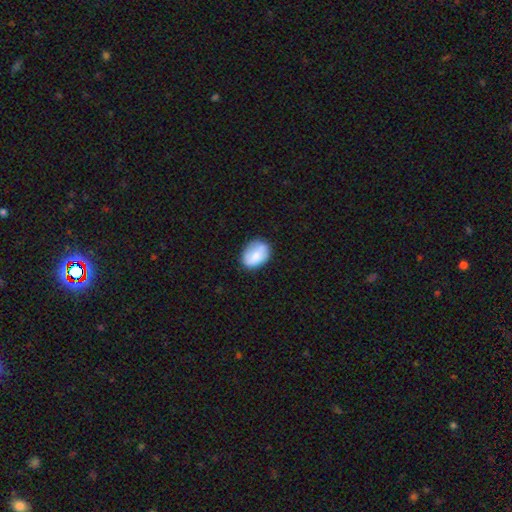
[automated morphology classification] Smooth or featured?
  - smooth: 79% *
  - featured or disk: 14%
  - star or artifact: 7%
How rounded?
  - in between: 74% *
  - round: 25%
  - cigar-shaped: 1%
Merging?
  - none: 72% *
  - minor disturbance: 21%
  - major disturbance: 5%
  - merger: 2%